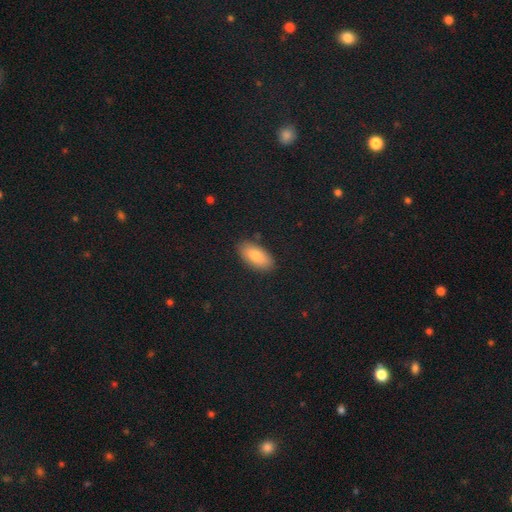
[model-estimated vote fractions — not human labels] Overall: smooth (79%). How rounded: in between (88%). Merging: none (88%).